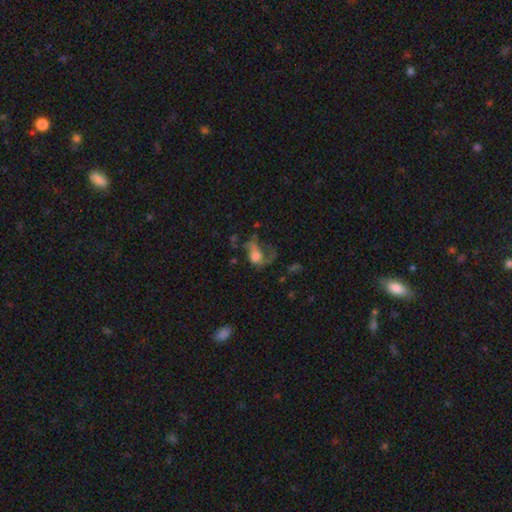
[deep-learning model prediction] The model was most divided on "smooth or featured": featured or disk: 49%, smooth: 38%, star or artifact: 13%. More confident: merging — major disturbance (56%).